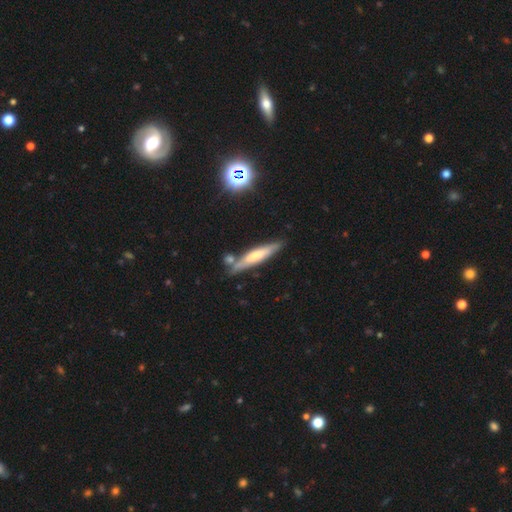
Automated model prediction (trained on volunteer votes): Overall: smooth (52%; featured or disk 41%). How rounded: cigar-shaped (86%). Merging: none (72%).